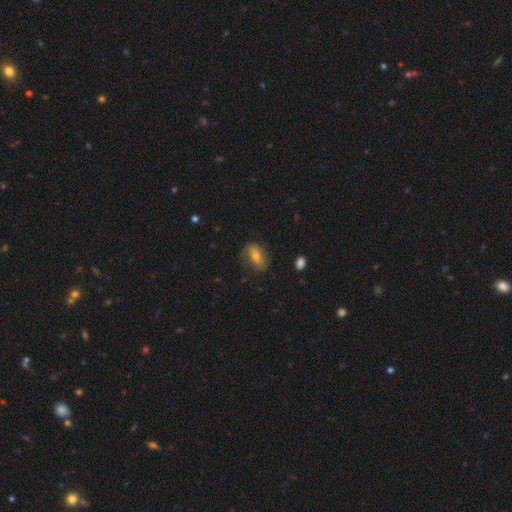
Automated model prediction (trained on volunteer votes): Smooth or featured? smooth (65%)
How rounded? in between (82%)
Merging? none (76%)